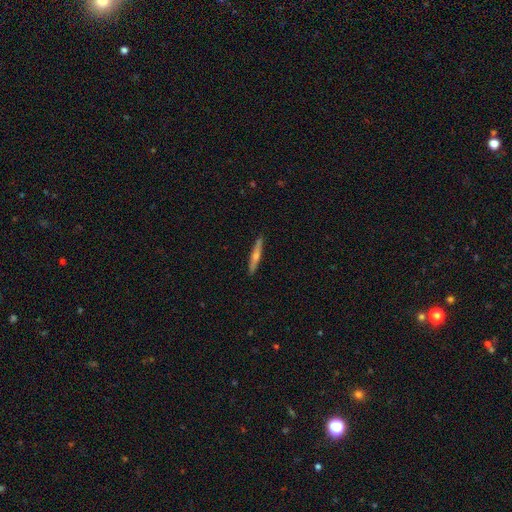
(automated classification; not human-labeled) Q: Smooth or featured?
A: featured or disk (57%); runner-up: smooth (37%)
Q: Edge-on disk?
A: yes (96%); runner-up: no (4%)
Q: Edge-on bulge?
A: rounded (81%); runner-up: none (15%)
Q: Merging?
A: none (91%); runner-up: minor disturbance (7%)